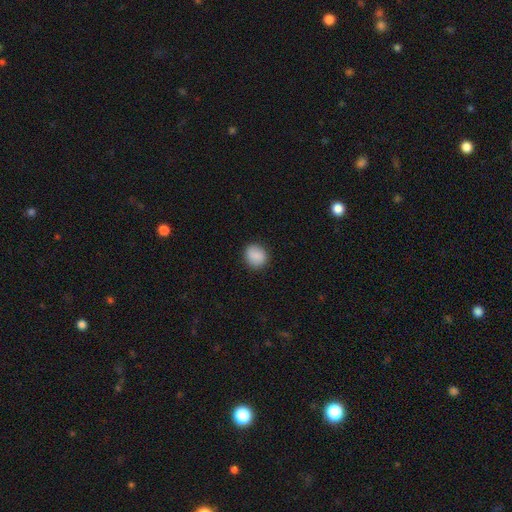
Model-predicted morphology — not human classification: smooth 87%, star or artifact 8%, featured or disk 6%. Down the decision tree: how rounded — round (83%); merging — none (89%).